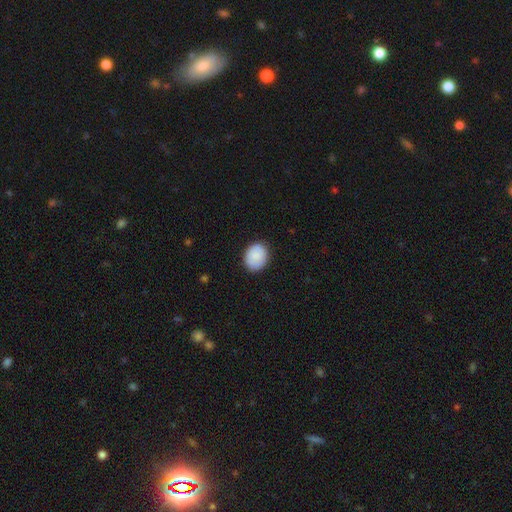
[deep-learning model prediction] Q: Smooth or featured?
A: smooth (87%); runner-up: star or artifact (7%)
Q: How rounded?
A: round (56%); runner-up: in between (43%)
Q: Merging?
A: none (87%); runner-up: minor disturbance (10%)